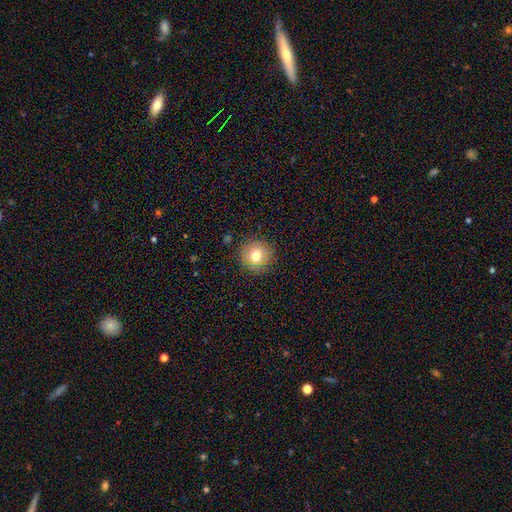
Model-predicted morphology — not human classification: smooth-or-featured: smooth: 75% | featured or disk: 14% | star or artifact: 11%
  how-rounded: round: 92% | in between: 7% | cigar-shaped: 1%
  merging: none: 87% | minor disturbance: 9% | major disturbance: 3% | merger: 1%